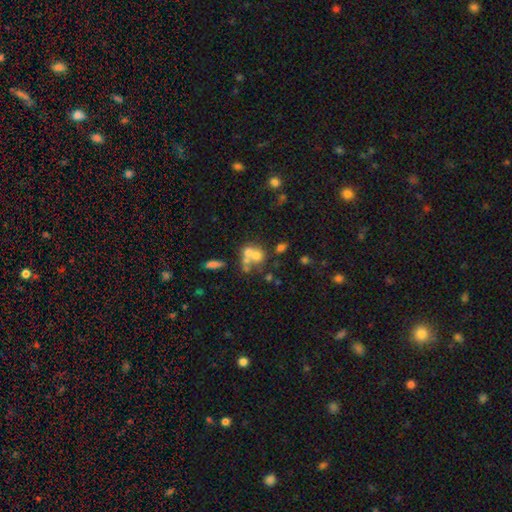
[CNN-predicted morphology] smooth_or_featured: smooth (p=0.54) [alt: featured or disk p=0.31]
how_rounded: round (p=0.63) [alt: in between p=0.35]
merging: merger (p=0.57) [alt: none p=0.27]